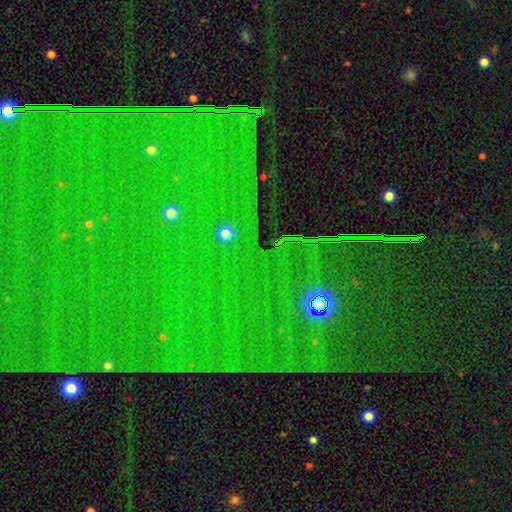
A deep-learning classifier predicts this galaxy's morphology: This appears to be a star or artifact, not a galaxy (87%).